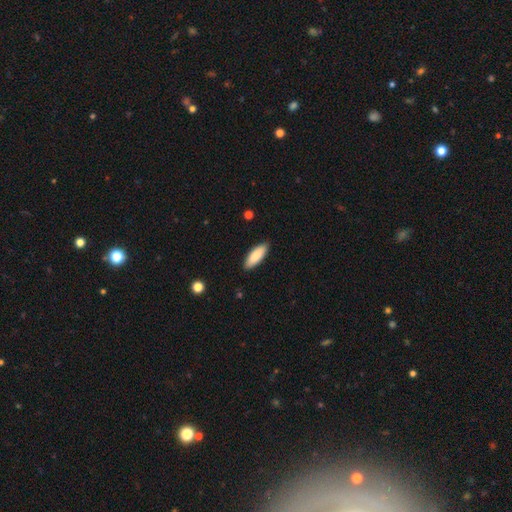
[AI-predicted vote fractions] A smooth galaxy with no disk features (85%) that is in between round and cigar-shaped (67%).

Vote fractions:
- Smooth or featured? smooth: 85% / featured or disk: 9% / star or artifact: 5%
- How rounded? in between: 67% / cigar-shaped: 31% / round: 2%
- Merging? none: 89% / minor disturbance: 9% / major disturbance: 2% / merger: 1%